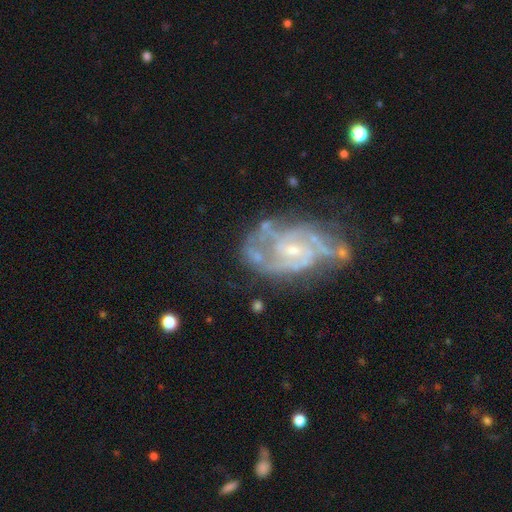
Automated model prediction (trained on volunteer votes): smooth-or-featured: featured or disk: 81% | smooth: 11% | star or artifact: 8%
  disk-edge-on: no: 97% | yes: 3%
    bar: no: 46% | weak: 44% | strong: 10%
    has-spiral-arms: yes: 85% | no: 15%
      spiral-winding: medium: 45% | tight: 36% | loose: 19%
      spiral-arm-count: 2: 38% | can't tell: 28% | 3: 17% | 1: 6% | 4: 6% | more than 4: 4%
    bulge-size: small: 56% | moderate: 33% | none: 8% | large: 2% | dominant: 1%
  merging: none: 41% | major disturbance: 25% | minor disturbance: 23% | merger: 11%